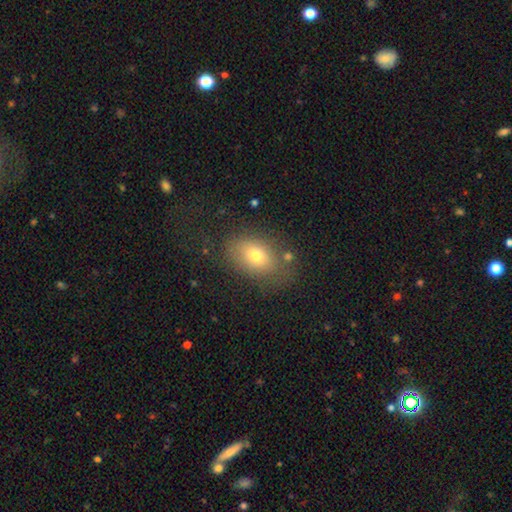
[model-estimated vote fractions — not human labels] smooth-or-featured: smooth: 71% | featured or disk: 17% | star or artifact: 12%
  how-rounded: in between: 78% | round: 20% | cigar-shaped: 1%
  merging: none: 69% | minor disturbance: 18% | major disturbance: 8% | merger: 5%